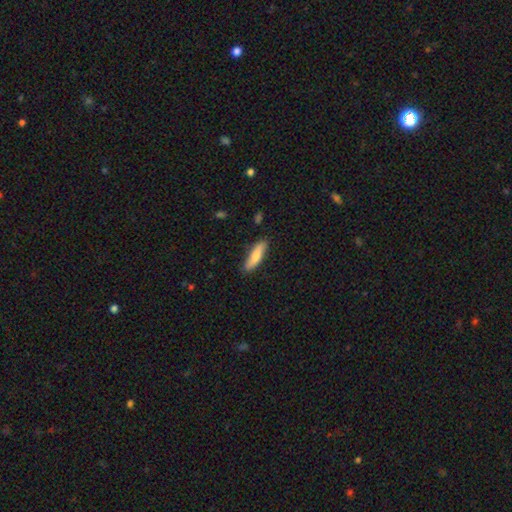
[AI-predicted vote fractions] smooth_or_featured: smooth (p=0.77) [alt: featured or disk p=0.17]
how_rounded: cigar-shaped (p=0.66) [alt: in between p=0.32]
merging: none (p=0.83) [alt: minor disturbance p=0.14]